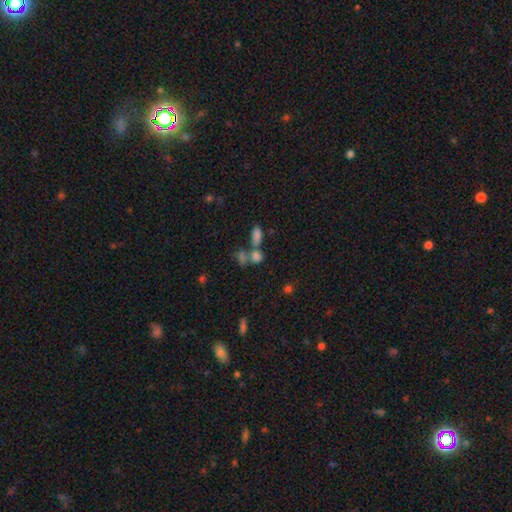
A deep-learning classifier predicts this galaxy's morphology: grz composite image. It shows a smooth galaxy with no disk features (71%) that is in between round and cigar-shaped (69%). Merging: merger (50%).